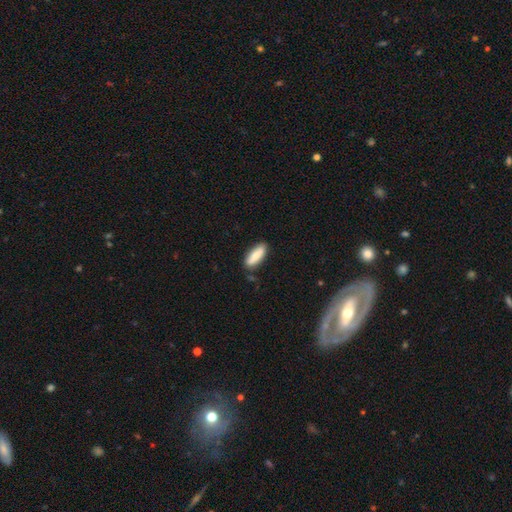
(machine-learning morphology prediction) The model was most divided on "how rounded": in between: 61%, cigar-shaped: 37%, round: 2%. More confident: merging — none (83%); smooth or featured — smooth (81%).